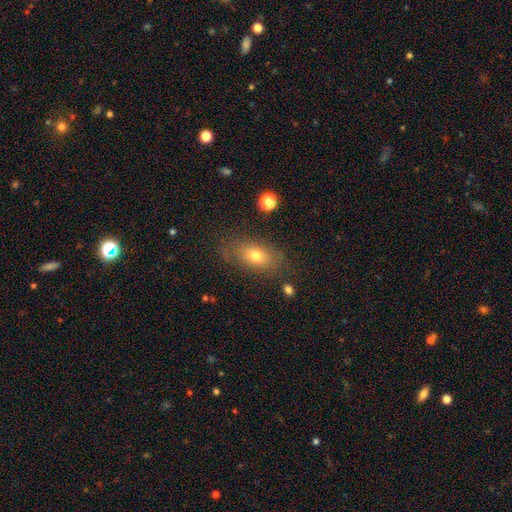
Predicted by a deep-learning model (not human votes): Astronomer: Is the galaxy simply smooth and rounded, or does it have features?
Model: smooth — 72%.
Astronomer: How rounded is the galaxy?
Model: in between — 84%.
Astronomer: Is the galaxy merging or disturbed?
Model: none — 75%.